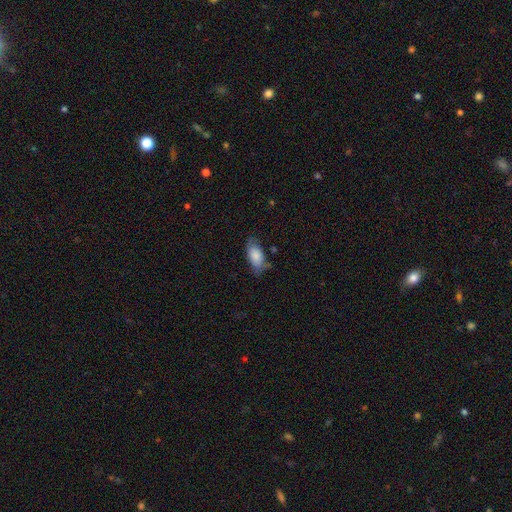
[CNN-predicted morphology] Q: Smooth or featured?
A: smooth (78%); runner-up: featured or disk (15%)
Q: How rounded?
A: in between (92%); runner-up: cigar-shaped (5%)
Q: Merging?
A: none (61%); runner-up: minor disturbance (28%)